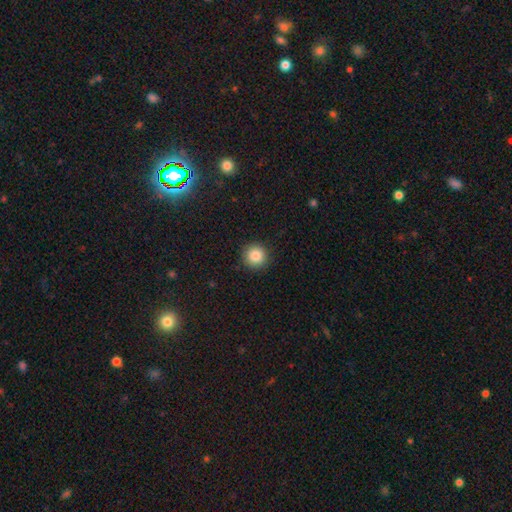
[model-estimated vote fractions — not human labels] smooth_or_featured: smooth (p=0.86) [alt: star or artifact p=0.10]
how_rounded: round (p=0.95) [alt: in between p=0.04]
merging: none (p=0.92) [alt: minor disturbance p=0.06]